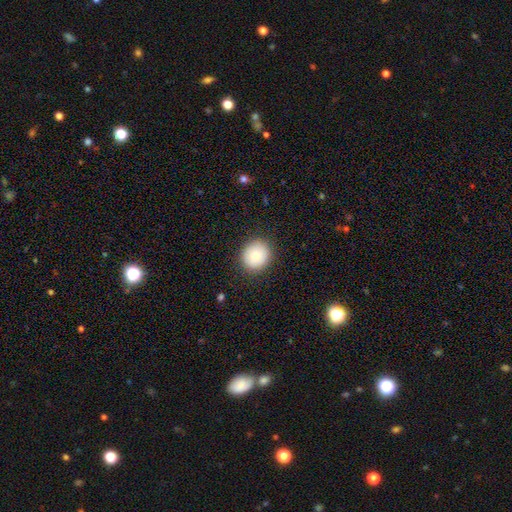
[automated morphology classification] smooth 74%, featured or disk 17%, star or artifact 9%. Down the decision tree: how rounded — round (87%); merging — none (89%).